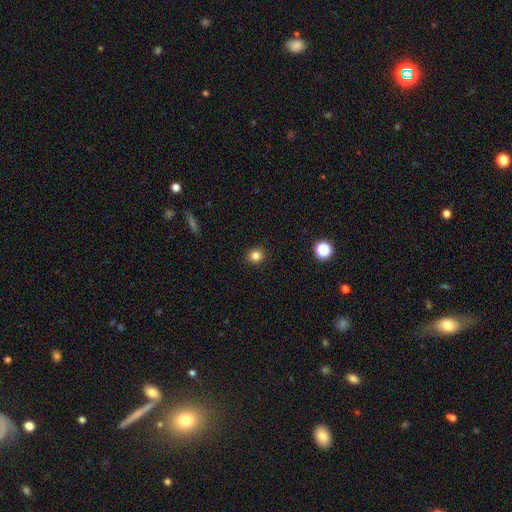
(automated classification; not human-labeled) Overall: smooth (83%). How rounded: round (86%). Merging: none (92%).